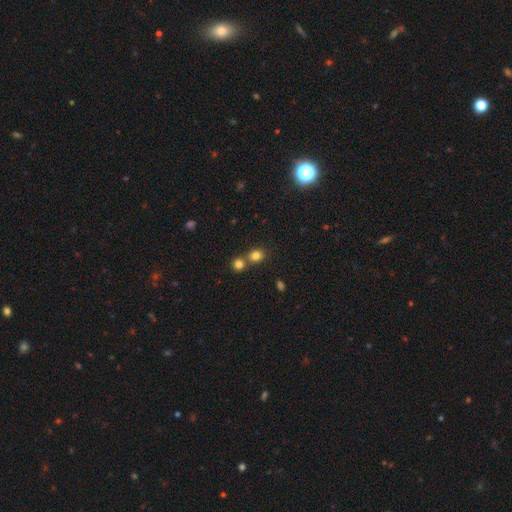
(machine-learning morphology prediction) This appears to be a smooth galaxy with no disk features (79%) that is round (76%). Merging: none (53%).